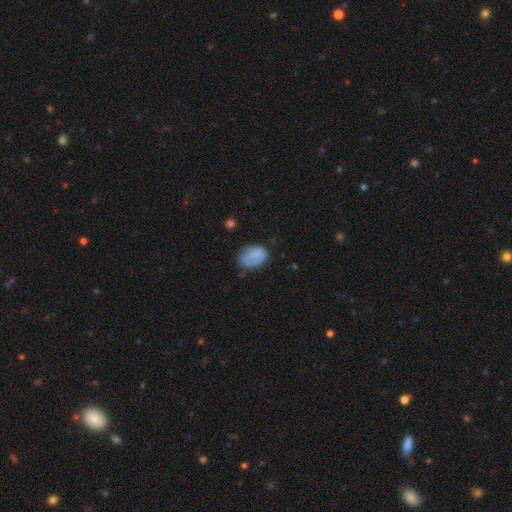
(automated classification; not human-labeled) Smooth or featured?
  - smooth: 78% *
  - featured or disk: 14%
  - star or artifact: 8%
How rounded?
  - in between: 73% *
  - round: 26%
  - cigar-shaped: 1%
Merging?
  - none: 53% *
  - minor disturbance: 32%
  - major disturbance: 12%
  - merger: 3%